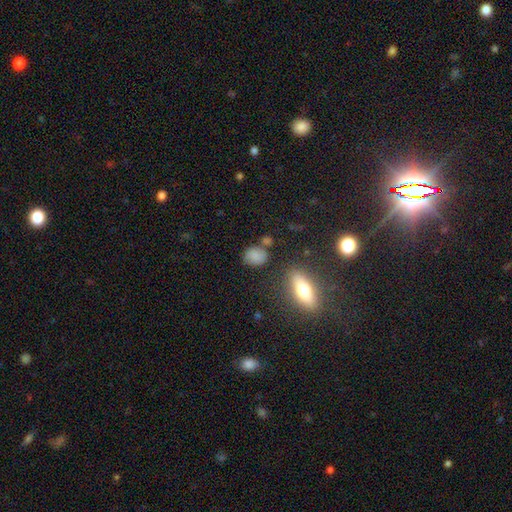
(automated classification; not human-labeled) smooth_or_featured: smooth (p=0.78) [alt: star or artifact p=0.12]
how_rounded: in between (p=0.54) [alt: round p=0.44]
merging: none (p=0.68) [alt: minor disturbance p=0.18]